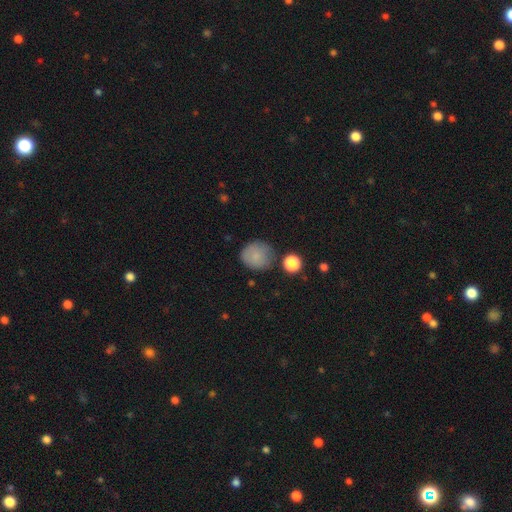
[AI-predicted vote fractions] Smooth or featured?
  - smooth: 83% *
  - star or artifact: 9%
  - featured or disk: 8%
How rounded?
  - round: 87% *
  - in between: 12%
  - cigar-shaped: 1%
Merging?
  - none: 72% *
  - minor disturbance: 18%
  - major disturbance: 5%
  - merger: 5%